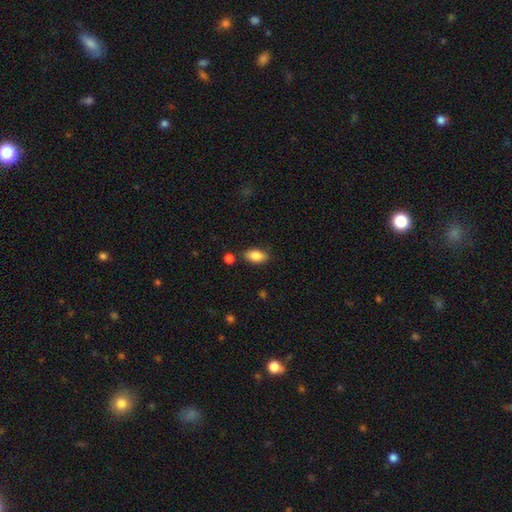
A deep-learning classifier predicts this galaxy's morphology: Smooth or featured? Predicted: smooth (p=0.87). How rounded? Predicted: in between (p=0.91). Merging? Predicted: none (p=0.80).